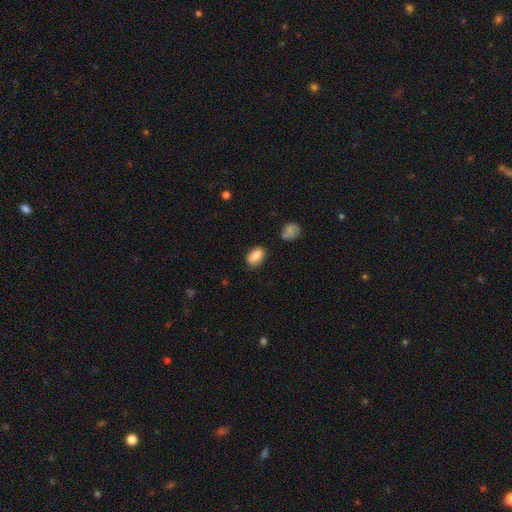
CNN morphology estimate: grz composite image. It shows a smooth galaxy with no disk features (86%) that is in between round and cigar-shaped (90%). Merging: none (77%).